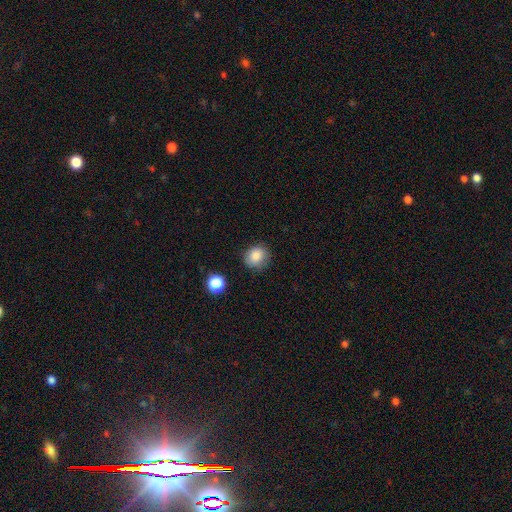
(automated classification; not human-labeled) A smooth galaxy with no disk features (84%) that is round (81%).

Vote fractions:
- Smooth or featured? smooth: 84% / star or artifact: 9% / featured or disk: 6%
- How rounded? round: 81% / in between: 18% / cigar-shaped: 1%
- Merging? none: 78% / minor disturbance: 16% / major disturbance: 4% / merger: 2%